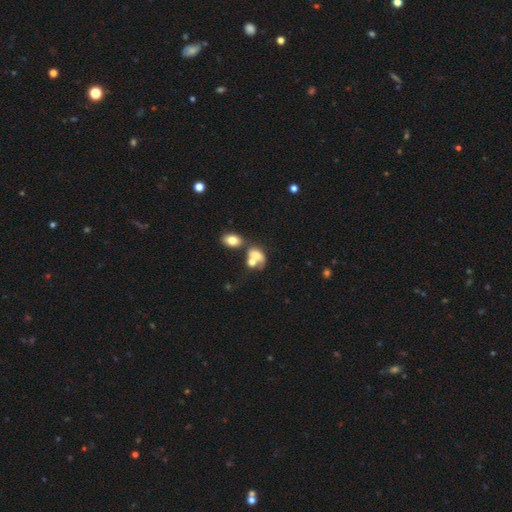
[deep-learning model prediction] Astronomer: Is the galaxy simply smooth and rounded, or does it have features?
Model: smooth — 62%.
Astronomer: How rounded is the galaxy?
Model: in between — 74%.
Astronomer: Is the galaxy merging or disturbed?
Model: merger — 58%.